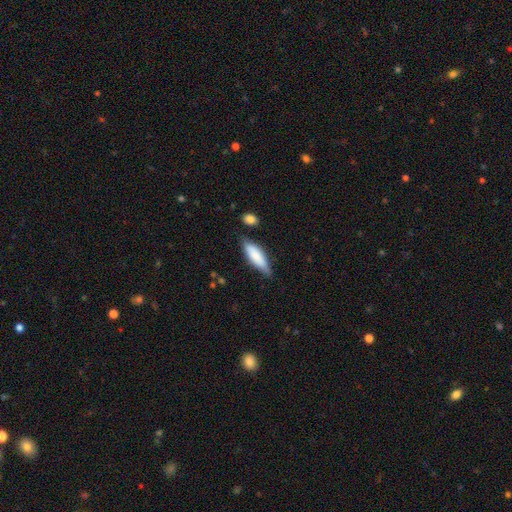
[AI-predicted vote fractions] smooth_or_featured: smooth (p=0.77) [alt: featured or disk p=0.17]
how_rounded: cigar-shaped (p=0.51) [alt: in between p=0.48]
merging: none (p=0.72) [alt: minor disturbance p=0.20]